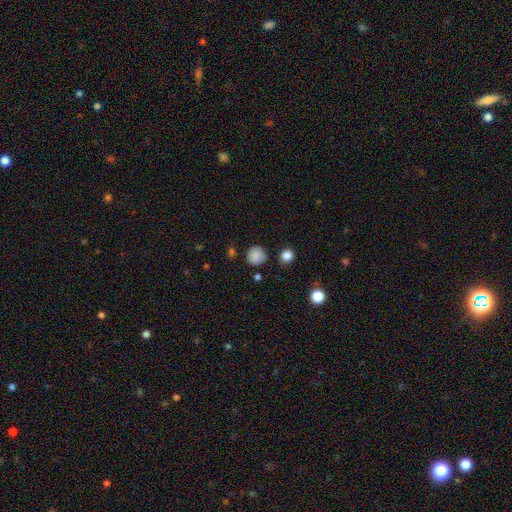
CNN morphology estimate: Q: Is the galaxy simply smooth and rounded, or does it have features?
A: smooth — 86%.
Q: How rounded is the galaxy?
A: round — 92%.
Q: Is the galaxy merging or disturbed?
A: none — 79%.